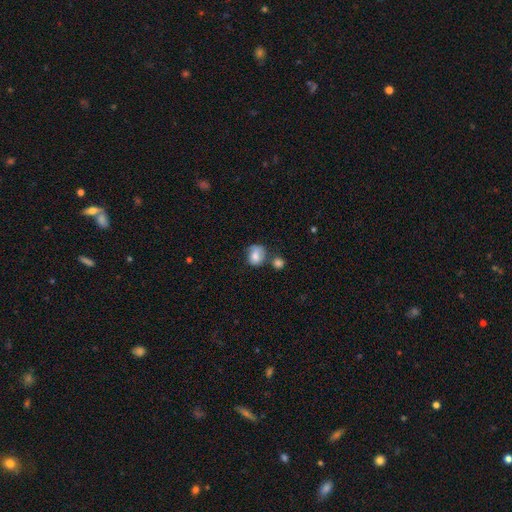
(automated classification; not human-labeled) A smooth galaxy with no disk features (75%) that is round (57%). Merging: none (47%).